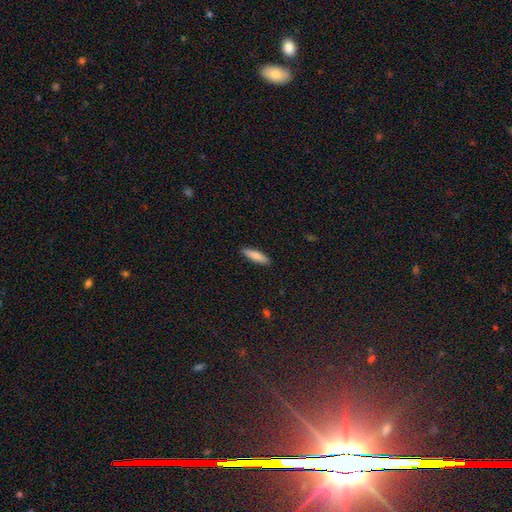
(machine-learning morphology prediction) This is clearly a smooth galaxy (84%). How rounded: likely cigar-shaped (71%). Merging: clearly none (90%).